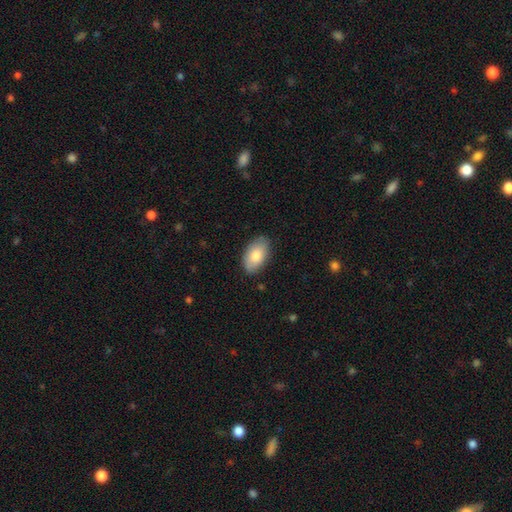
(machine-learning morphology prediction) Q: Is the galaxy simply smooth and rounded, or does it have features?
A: smooth — 81%.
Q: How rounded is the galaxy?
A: in between — 95%.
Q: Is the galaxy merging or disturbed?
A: none — 84%.